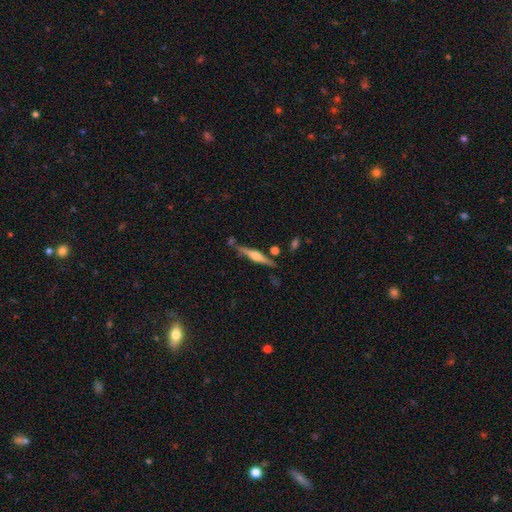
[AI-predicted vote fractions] Overall: featured or disk (73%). Edge-on disk: yes (98%). Edge-on bulge: rounded (86%). Merging: none (79%).